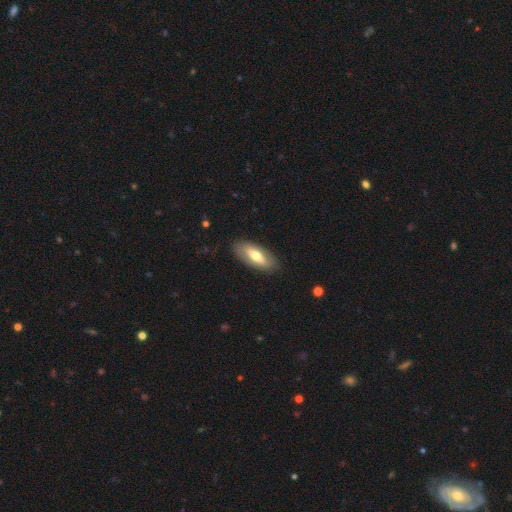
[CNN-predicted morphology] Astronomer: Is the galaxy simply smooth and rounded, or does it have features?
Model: smooth — 57% (runner-up: featured or disk, 37%).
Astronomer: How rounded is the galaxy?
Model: in between — 81%.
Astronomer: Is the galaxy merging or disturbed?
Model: none — 85%.